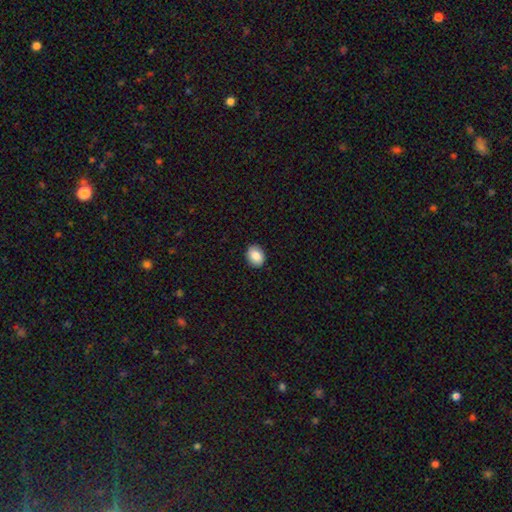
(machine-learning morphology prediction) Overall: smooth (85%). How rounded: in between (56%; round 43%). Merging: none (90%).